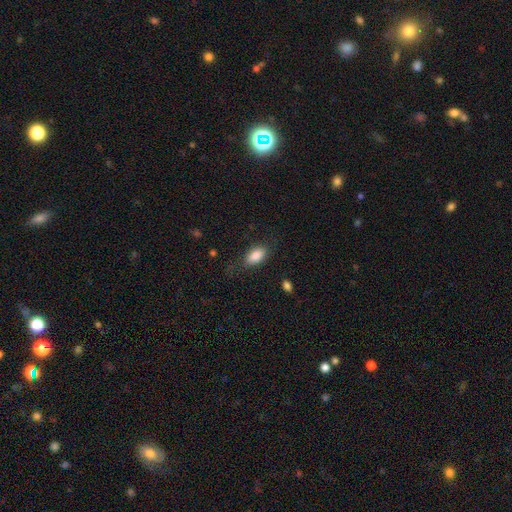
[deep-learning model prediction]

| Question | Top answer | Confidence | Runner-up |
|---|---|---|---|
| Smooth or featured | smooth | 86% | star or artifact (7%) |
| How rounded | in between | 91% | round (5%) |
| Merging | none | 74% | minor disturbance (18%) |